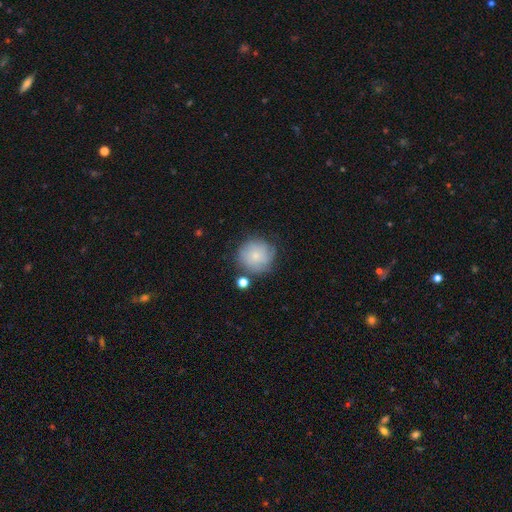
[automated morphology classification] A smooth galaxy with no disk features (71%) that is round (92%). Merging: none (68%).